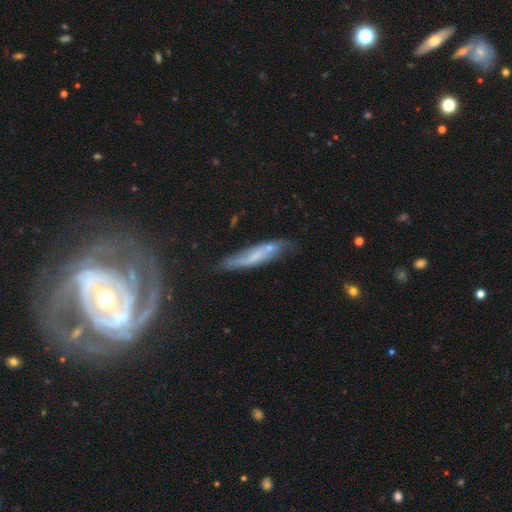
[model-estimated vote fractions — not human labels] smooth-or-featured: featured or disk: 51% | smooth: 41% | star or artifact: 8%
  disk-edge-on: yes: 51% | no: 49%
  merging: none: 55% | minor disturbance: 26% | major disturbance: 11% | merger: 8%